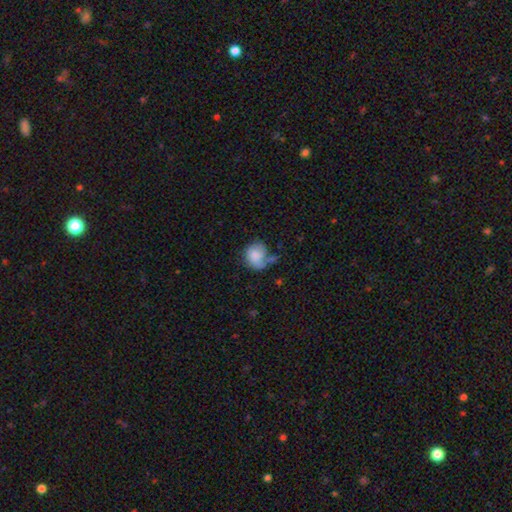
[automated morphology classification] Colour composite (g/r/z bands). It shows a smooth galaxy with no disk features (69%) that is round (65%). Merging: none (36%).